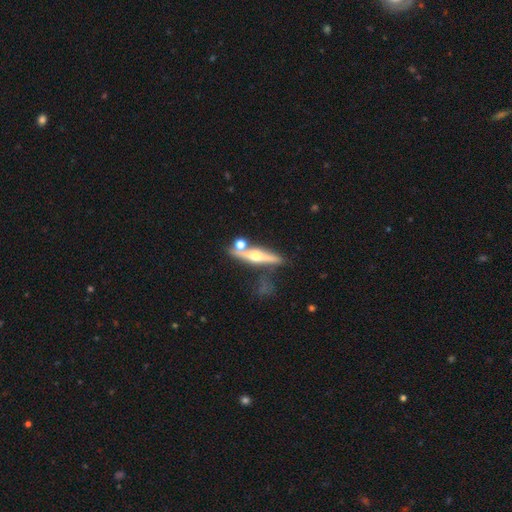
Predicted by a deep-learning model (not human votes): featured or disk 72%, smooth 22%, star or artifact 6%. Down the decision tree: edge-on disk — yes (94%); edge-on bulge — rounded (95%); merging — none (66%).